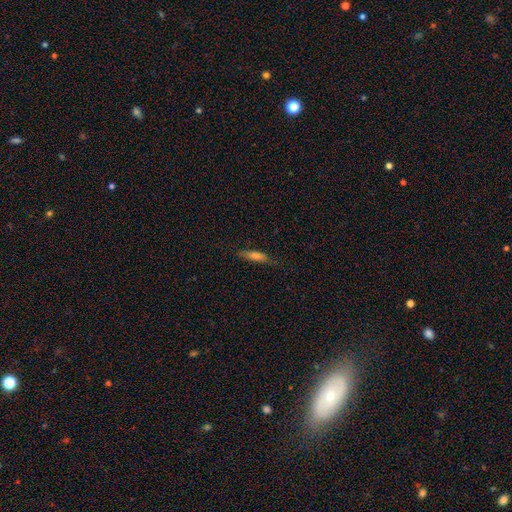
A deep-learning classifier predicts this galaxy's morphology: smooth 62%, featured or disk 30%, star or artifact 8%. Down the decision tree: how rounded — cigar-shaped (75%); merging — none (80%).